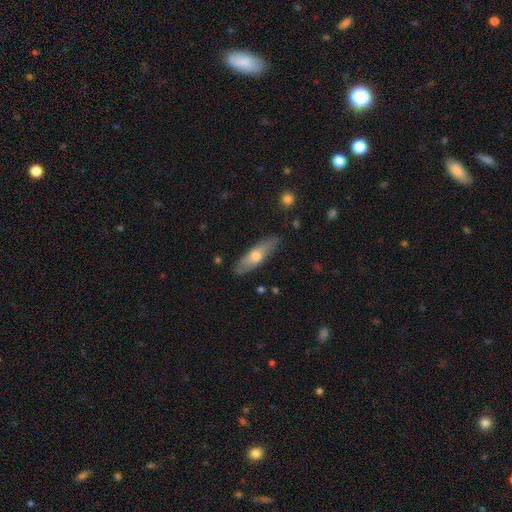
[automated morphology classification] Q: Smooth or featured?
A: smooth (49%); runner-up: featured or disk (46%)
Q: Merging?
A: none (82%); runner-up: minor disturbance (14%)